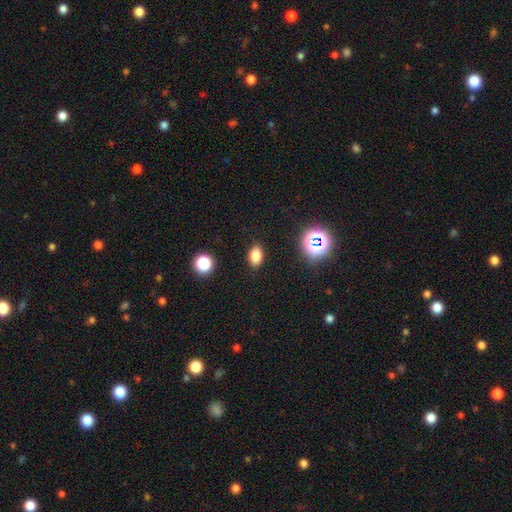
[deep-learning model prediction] smooth 79%, star or artifact 15%, featured or disk 6%. Down the decision tree: how rounded — in between (84%); merging — none (88%).